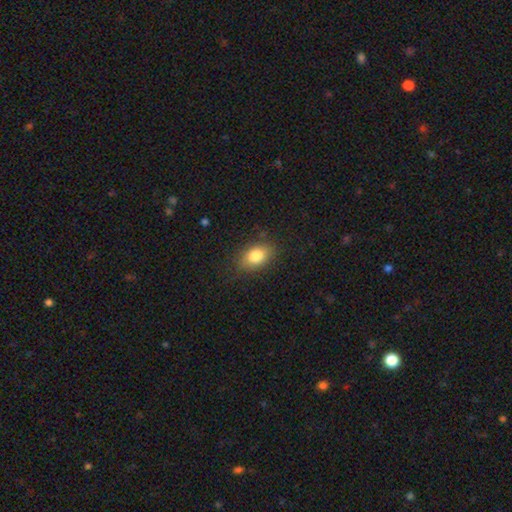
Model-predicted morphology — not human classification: Smooth or featured: smooth — 81% (featured or disk — 10%)
How rounded: in between — 82% (round — 16%)
Merging: none — 81% (minor disturbance — 14%)